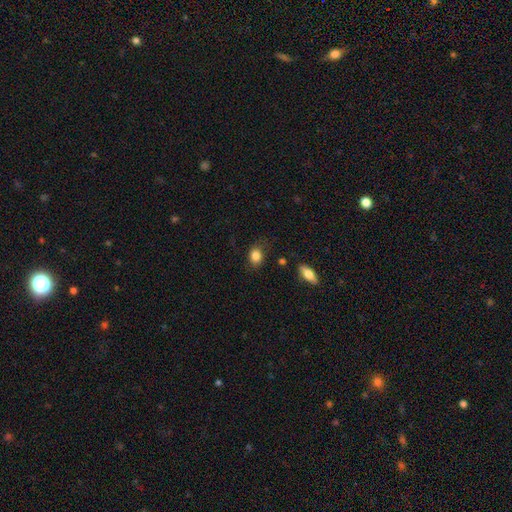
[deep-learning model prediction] Morphology: type=smooth (84%); roundness=in between (57%); merging=none (75%).